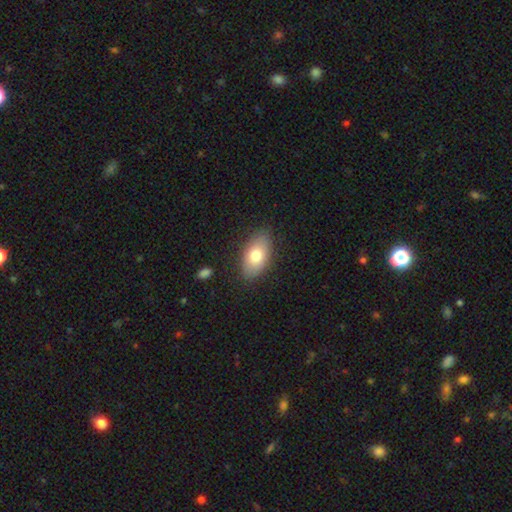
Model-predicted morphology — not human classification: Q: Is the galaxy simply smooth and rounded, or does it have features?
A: smooth — 76%.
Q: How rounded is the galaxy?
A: in between — 92%.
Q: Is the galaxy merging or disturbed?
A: none — 82%.